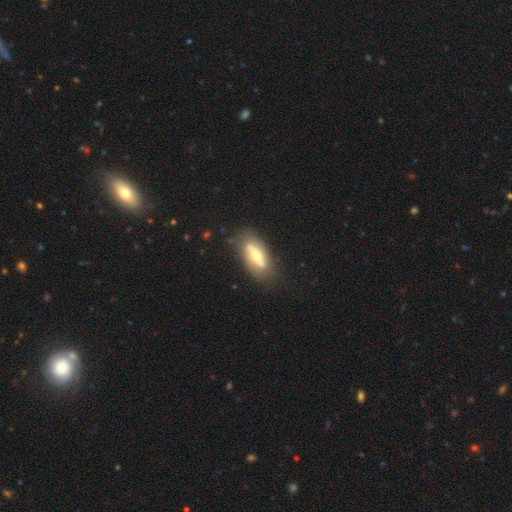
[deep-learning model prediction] A featured or disk galaxy (56%).

Vote fractions:
- Smooth or featured? featured or disk: 56% / smooth: 37% / star or artifact: 6%
- Edge-on disk? no: 68% / yes: 32%
- Merging? none: 77% / minor disturbance: 16% / major disturbance: 5% / merger: 3%